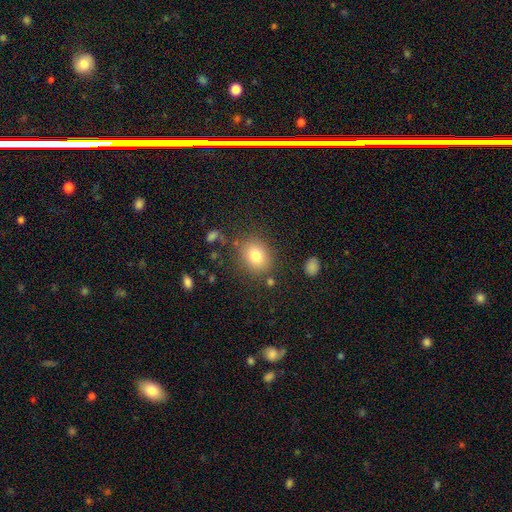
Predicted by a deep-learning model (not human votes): smooth_or_featured: smooth (p=0.80) [alt: star or artifact p=0.11]
how_rounded: round (p=0.60) [alt: in between p=0.39]
merging: none (p=0.80) [alt: minor disturbance p=0.12]